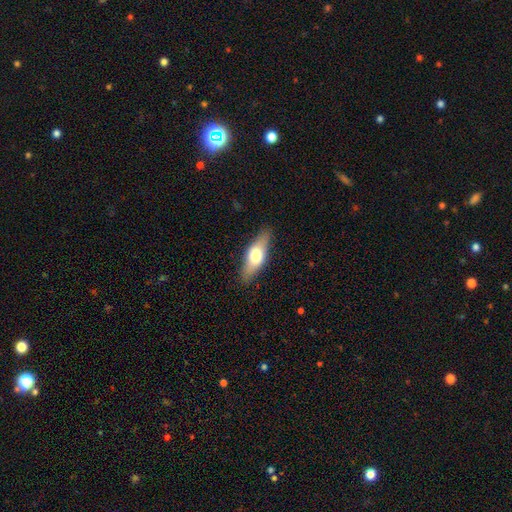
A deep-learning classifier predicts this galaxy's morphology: smooth 59%, featured or disk 35%, star or artifact 6%. Down the decision tree: how rounded — in between (64%); merging — none (85%).